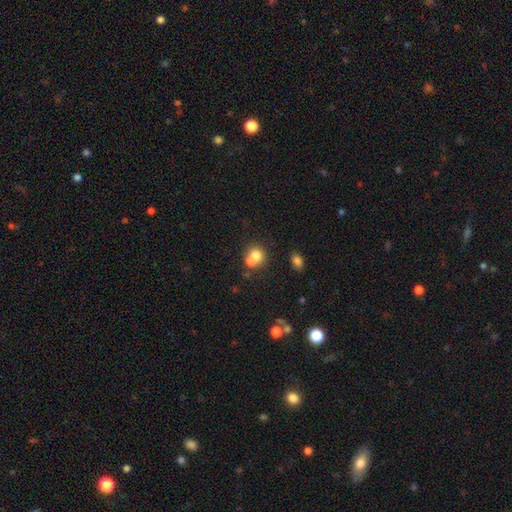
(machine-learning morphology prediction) A smooth galaxy with no disk features (72%) that is round (78%). Merging: merger (56%).